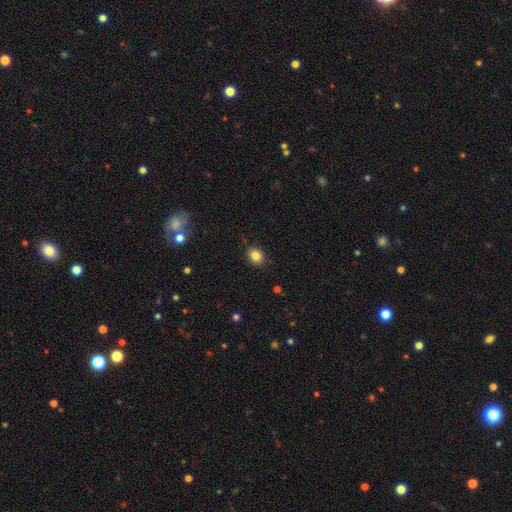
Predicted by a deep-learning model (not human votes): This appears to be a smooth galaxy with no disk features (84%) that is round (56%). Merging: none (89%).